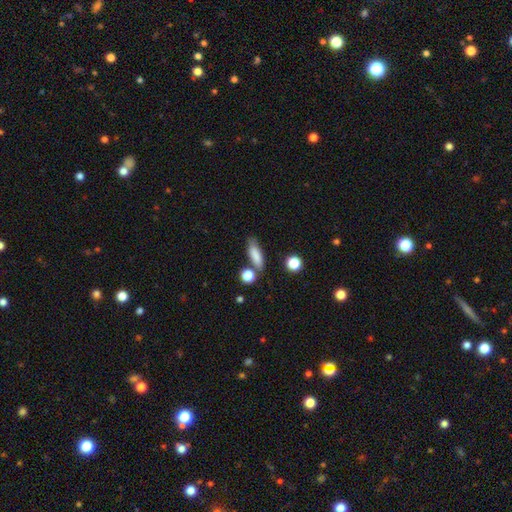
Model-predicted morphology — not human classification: Q: Smooth or featured?
A: smooth (82%); runner-up: featured or disk (10%)
Q: How rounded?
A: in between (50%); runner-up: cigar-shaped (44%)
Q: Merging?
A: none (67%); runner-up: minor disturbance (17%)